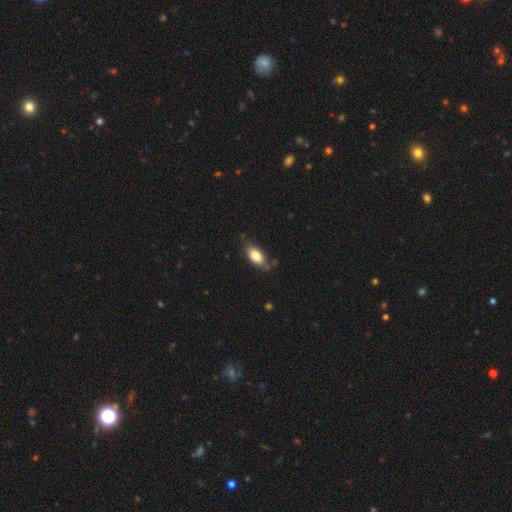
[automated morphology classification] Smooth or featured?
  - smooth: 81% *
  - featured or disk: 11%
  - star or artifact: 7%
How rounded?
  - in between: 90% *
  - cigar-shaped: 6%
  - round: 3%
Merging?
  - none: 69% *
  - minor disturbance: 21%
  - merger: 5%
  - major disturbance: 5%